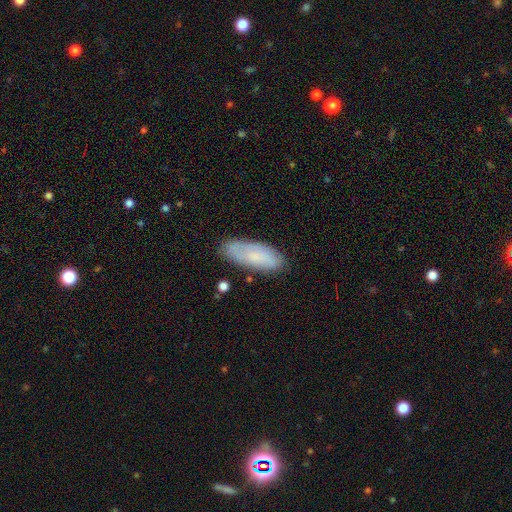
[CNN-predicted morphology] Smooth or featured?
  - smooth: 72% *
  - featured or disk: 21%
  - star or artifact: 7%
How rounded?
  - in between: 71% *
  - cigar-shaped: 28%
  - round: 2%
Merging?
  - none: 76% *
  - minor disturbance: 18%
  - major disturbance: 4%
  - merger: 2%